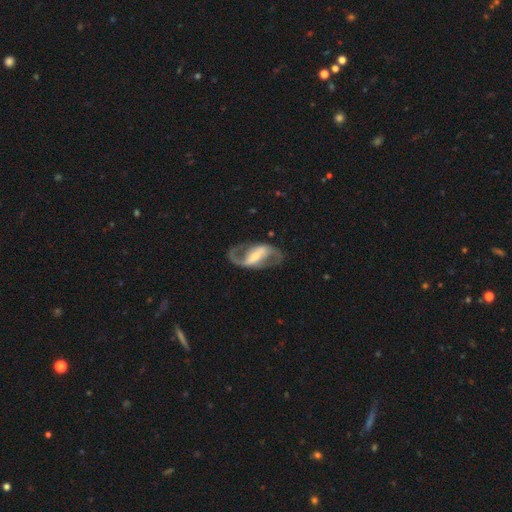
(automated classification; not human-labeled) Smooth or featured: featured or disk — 88% (smooth — 8%)
Edge-on disk: no — 96% (yes — 4%)
Bar: strong — 59% (weak — 30%)
Spiral arms: yes — 94% (no — 6%)
Spiral winding: medium — 46% (loose — 43%)
Spiral arm count: 2 — 92% (can't tell — 3%)
Bulge size: small — 49% (moderate — 37%)
Merging: none — 77% (minor disturbance — 12%)